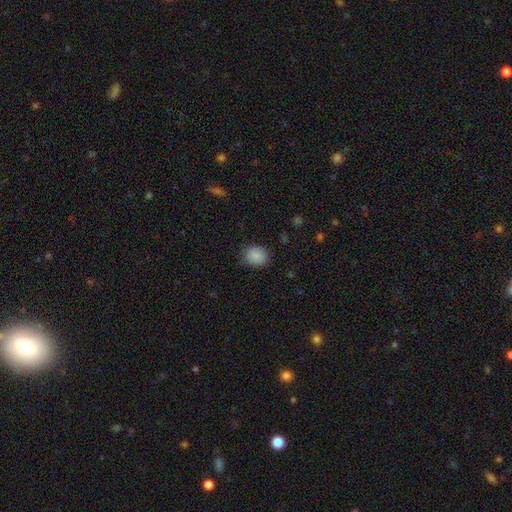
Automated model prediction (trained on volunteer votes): A smooth galaxy with no disk features (87%) that is round (64%). Merging: none (78%).